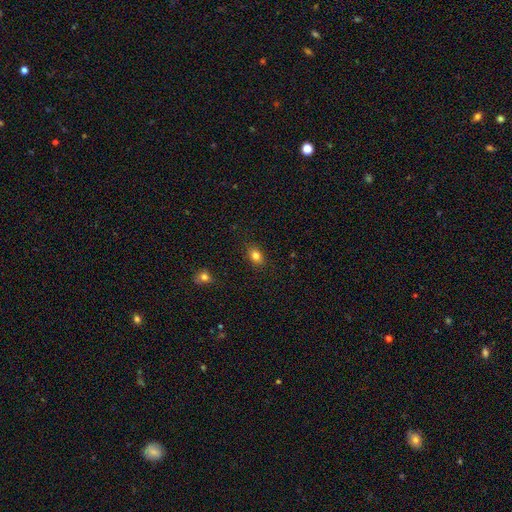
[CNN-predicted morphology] Smooth or featured?
  - smooth: 83% *
  - star or artifact: 11%
  - featured or disk: 6%
How rounded?
  - in between: 68% *
  - round: 31%
  - cigar-shaped: 1%
Merging?
  - none: 86% *
  - minor disturbance: 10%
  - major disturbance: 2%
  - merger: 1%